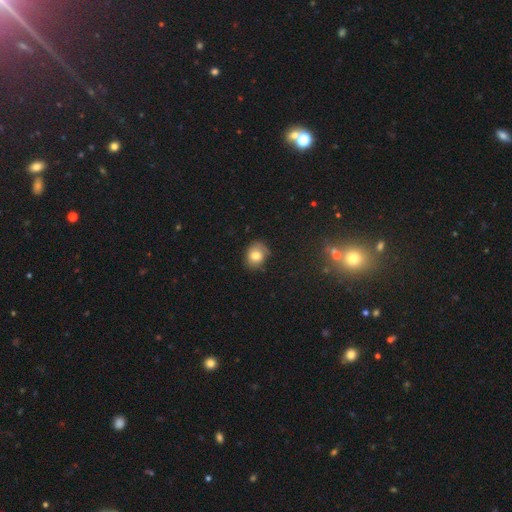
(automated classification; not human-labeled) This is likely a smooth galaxy (73%). How rounded: possibly round (56%). Merging: likely none (68%).